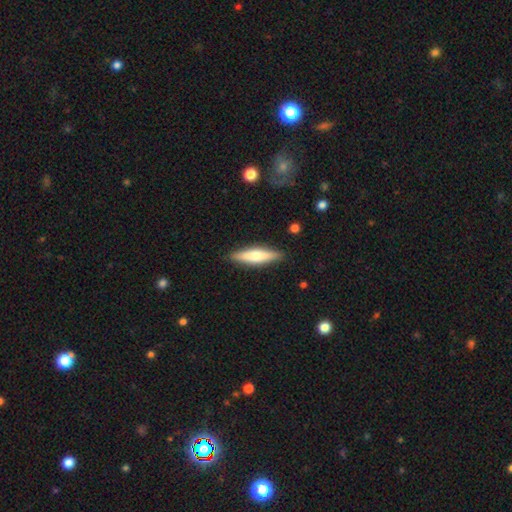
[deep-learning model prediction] Smooth or featured: smooth — 58% (featured or disk — 36%)
How rounded: cigar-shaped — 75% (in between — 23%)
Merging: none — 88% (minor disturbance — 9%)